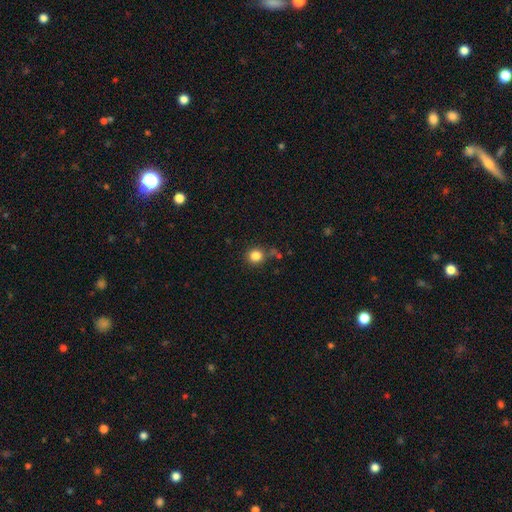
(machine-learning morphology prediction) Q: Smooth or featured?
A: smooth (83%); runner-up: star or artifact (12%)
Q: How rounded?
A: round (90%); runner-up: in between (9%)
Q: Merging?
A: none (78%); runner-up: minor disturbance (12%)